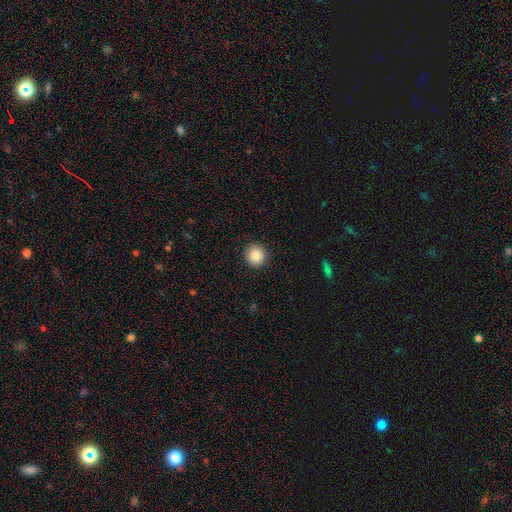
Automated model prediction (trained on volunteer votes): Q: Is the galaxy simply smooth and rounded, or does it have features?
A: smooth — 84%.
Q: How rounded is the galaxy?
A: round — 90%.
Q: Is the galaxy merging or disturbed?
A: none — 92%.